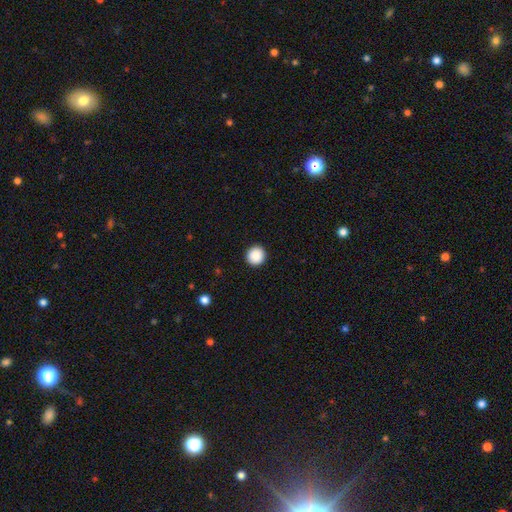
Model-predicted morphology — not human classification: Smooth or featured: smooth — 90% (star or artifact — 8%)
How rounded: round — 95% (in between — 4%)
Merging: none — 93% (minor disturbance — 4%)